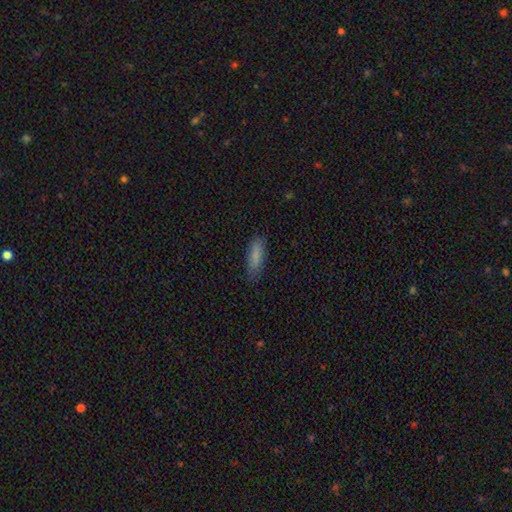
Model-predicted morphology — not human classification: Smooth or featured?
  - smooth: 84% *
  - featured or disk: 9%
  - star or artifact: 7%
How rounded?
  - in between: 51% *
  - cigar-shaped: 48%
  - round: 2%
Merging?
  - none: 78% *
  - minor disturbance: 17%
  - major disturbance: 4%
  - merger: 1%